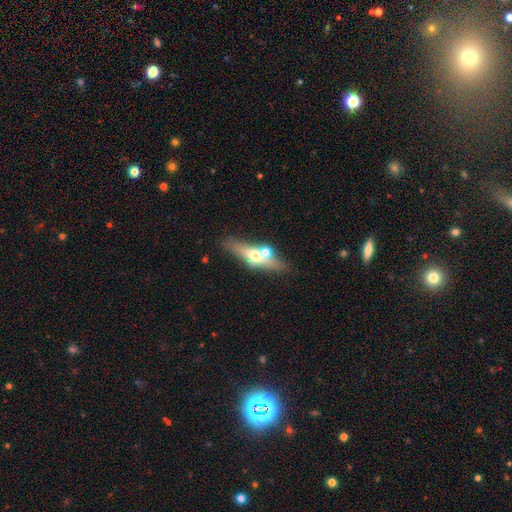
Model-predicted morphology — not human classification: Smooth or featured: featured or disk — 50% (smooth — 43%)
Merging: none — 54% (merger — 28%)